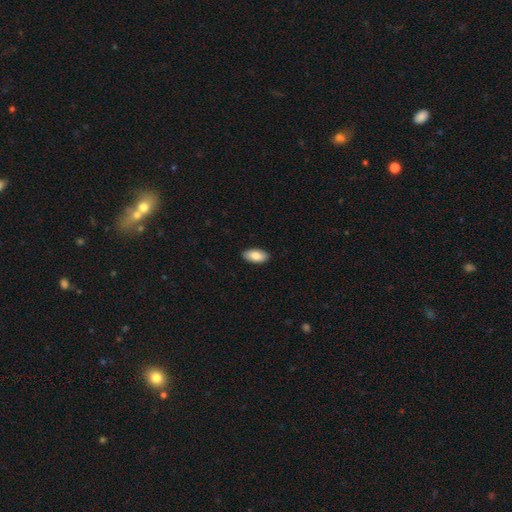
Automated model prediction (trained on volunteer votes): This is clearly a smooth galaxy (83%). How rounded: clearly in between (93%). Merging: clearly none (90%).